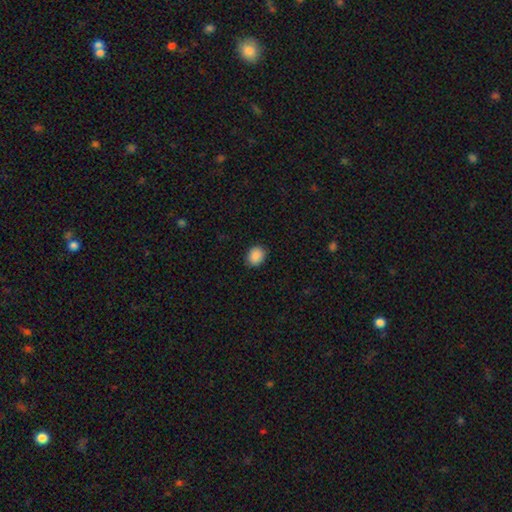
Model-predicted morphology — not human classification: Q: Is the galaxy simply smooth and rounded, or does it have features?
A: smooth — 89%.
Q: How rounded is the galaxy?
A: round — 59%.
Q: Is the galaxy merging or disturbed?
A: none — 89%.